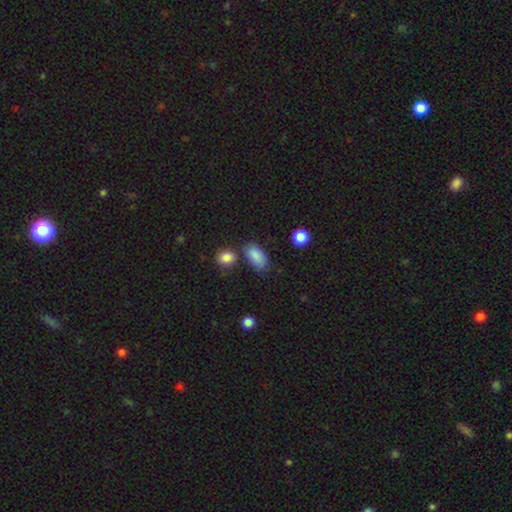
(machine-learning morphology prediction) smooth_or_featured: smooth (p=0.86) [alt: star or artifact p=0.08]
how_rounded: in between (p=0.92) [alt: round p=0.05]
merging: none (p=0.66) [alt: minor disturbance p=0.20]